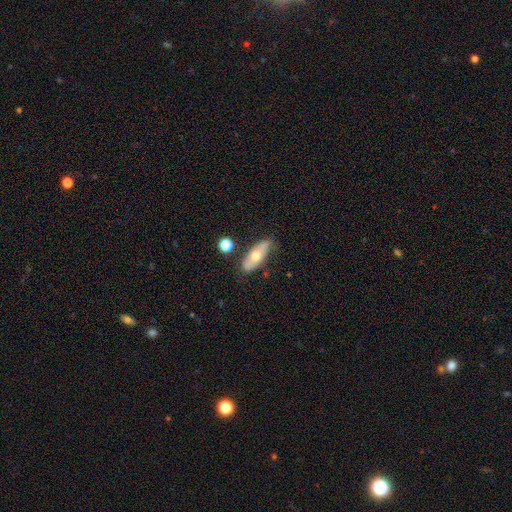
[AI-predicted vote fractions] A smooth galaxy with no disk features (55%) that is in between round and cigar-shaped (74%). Merging: none (75%).